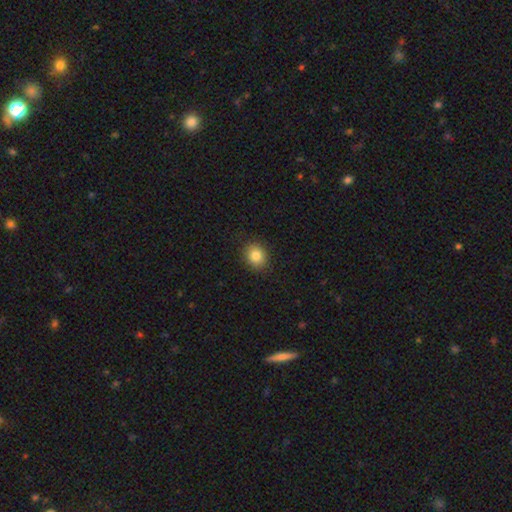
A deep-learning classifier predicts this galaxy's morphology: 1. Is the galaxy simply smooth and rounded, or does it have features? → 84% smooth, 10% star or artifact, 6% featured or disk.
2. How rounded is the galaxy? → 66% round, 33% in between, 1% cigar-shaped.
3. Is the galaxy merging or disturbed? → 89% none, 7% minor disturbance, 2% major disturbance, 1% merger.